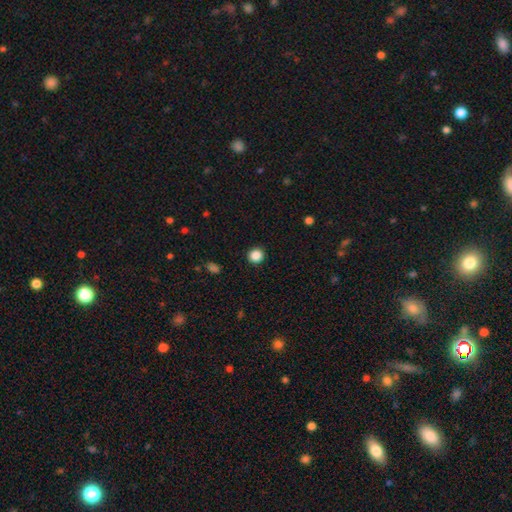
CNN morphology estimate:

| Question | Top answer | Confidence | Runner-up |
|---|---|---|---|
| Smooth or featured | smooth | 87% | star or artifact (10%) |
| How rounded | round | 92% | in between (7%) |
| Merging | none | 92% | minor disturbance (5%) |